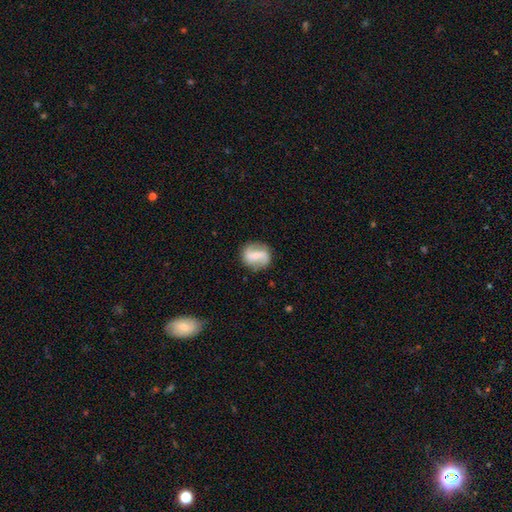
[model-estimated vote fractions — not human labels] Smooth or featured? featured or disk (68%)
Edge-on disk? no (97%)
Bar? strong (43%)
Spiral arms? yes (88%)
Spiral winding? loose (53%)
Spiral arm count? 2 (88%)
Bulge size? small (51%)
Merging? none (80%)